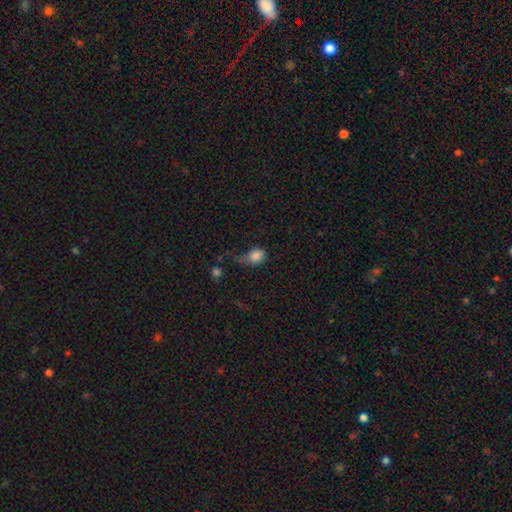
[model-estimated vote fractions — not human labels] smooth-or-featured: smooth: 83% | star or artifact: 10% | featured or disk: 7%
  how-rounded: in between: 62% | round: 36% | cigar-shaped: 2%
  merging: minor disturbance: 37% | none: 31% | major disturbance: 26% | merger: 6%